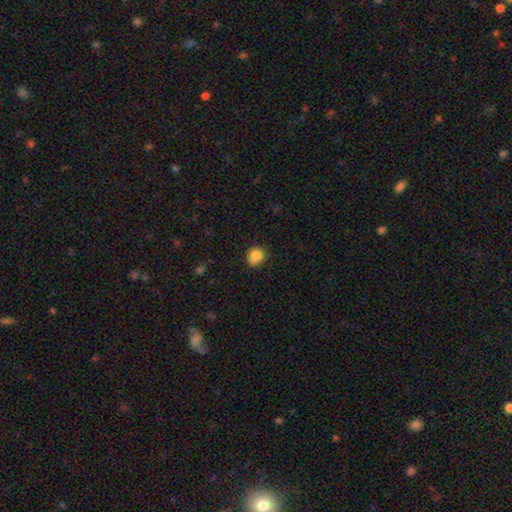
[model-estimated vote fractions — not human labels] Smooth or featured? smooth (85%)
How rounded? round (76%)
Merging? none (69%)